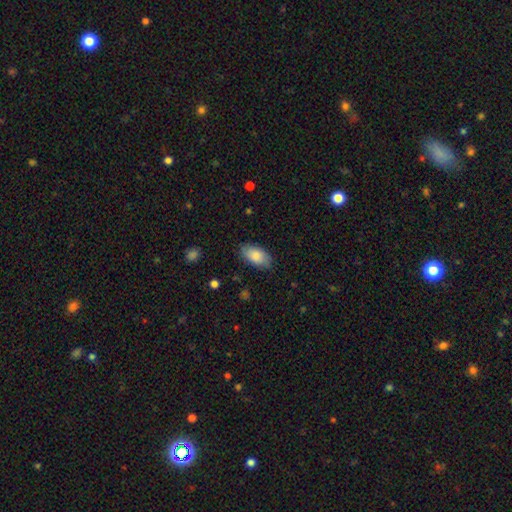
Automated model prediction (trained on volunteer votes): This is clearly a smooth galaxy (84%). How rounded: clearly in between (94%). Merging: clearly none (83%).